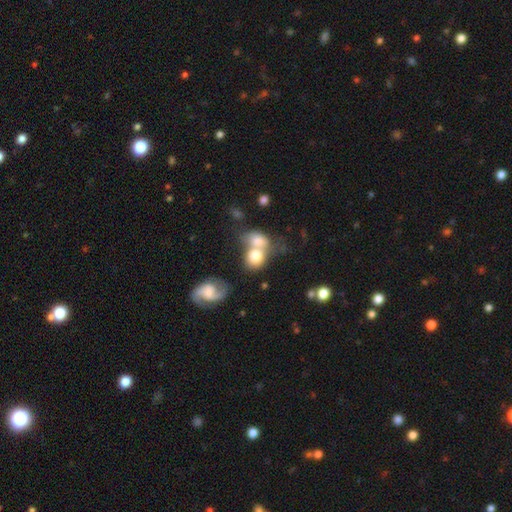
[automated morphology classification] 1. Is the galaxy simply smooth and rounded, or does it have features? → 70% smooth, 22% featured or disk, 8% star or artifact.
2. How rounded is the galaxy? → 56% round, 43% in between, 1% cigar-shaped.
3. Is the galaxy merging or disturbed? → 68% merger, 19% none, 7% minor disturbance, 6% major disturbance.